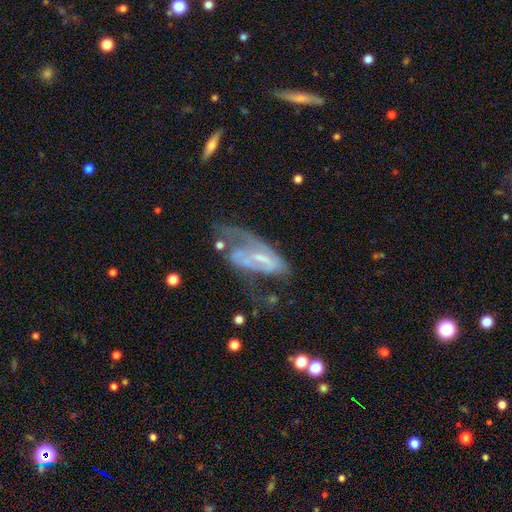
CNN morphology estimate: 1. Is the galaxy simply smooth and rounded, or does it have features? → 65% featured or disk, 22% smooth, 13% star or artifact.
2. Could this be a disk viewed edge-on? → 88% no, 12% yes.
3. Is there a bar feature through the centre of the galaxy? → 53% no, 31% weak, 16% strong.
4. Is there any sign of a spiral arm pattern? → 61% yes, 39% no.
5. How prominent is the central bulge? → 58% small, 21% none, 18% moderate, 2% large, 1% dominant.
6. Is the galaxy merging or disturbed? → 39% major disturbance, 31% none, 22% minor disturbance, 8% merger.